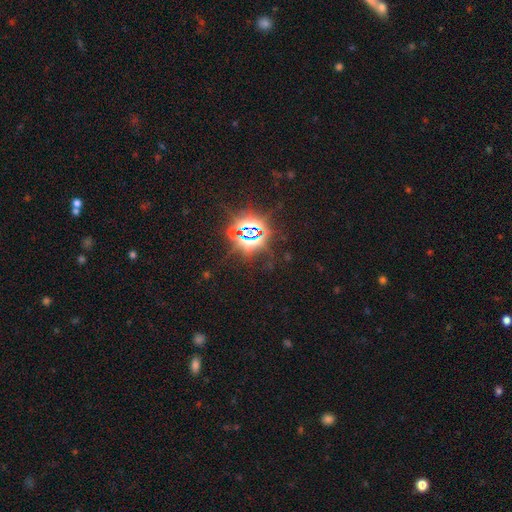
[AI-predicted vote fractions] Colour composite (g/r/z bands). It shows a star or artifact, not a galaxy (82%).